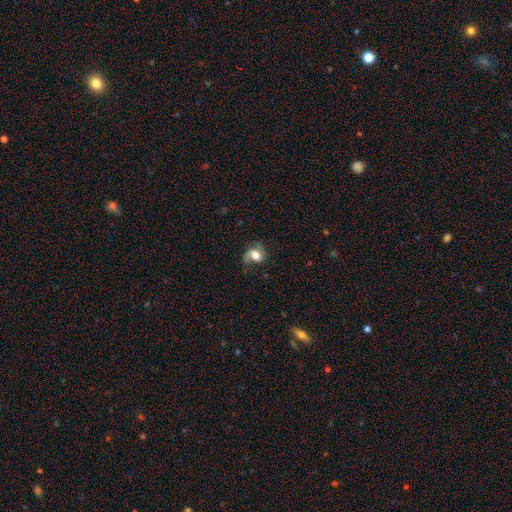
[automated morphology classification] smooth_or_featured: smooth (p=0.50) [alt: featured or disk p=0.40]
how_rounded: in between (p=0.54) [alt: round p=0.45]
merging: none (p=0.53) [alt: minor disturbance p=0.26]